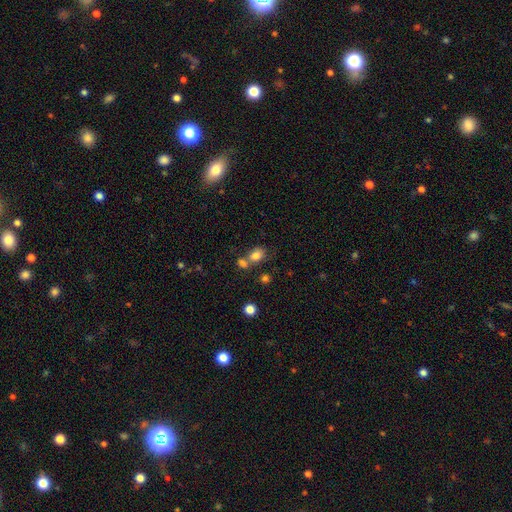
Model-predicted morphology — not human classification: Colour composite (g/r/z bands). It shows a smooth galaxy with no disk features (80%) that is in between round and cigar-shaped (61%). Merging: none (48%).